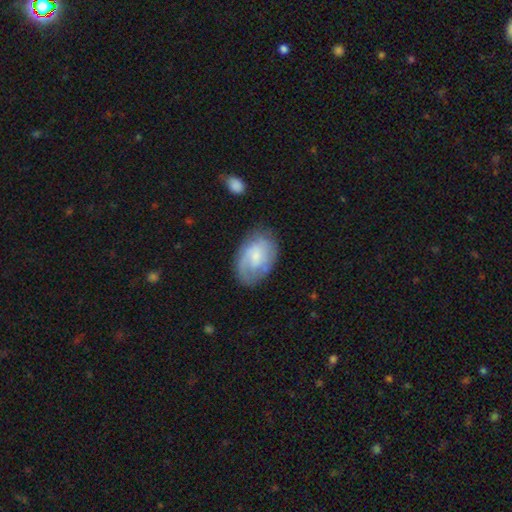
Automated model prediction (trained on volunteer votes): smooth-or-featured: featured or disk: 47% (tied) | smooth: 47% (tied) | star or artifact: 7%
  merging: none: 67% | minor disturbance: 22% | major disturbance: 9% | merger: 2%